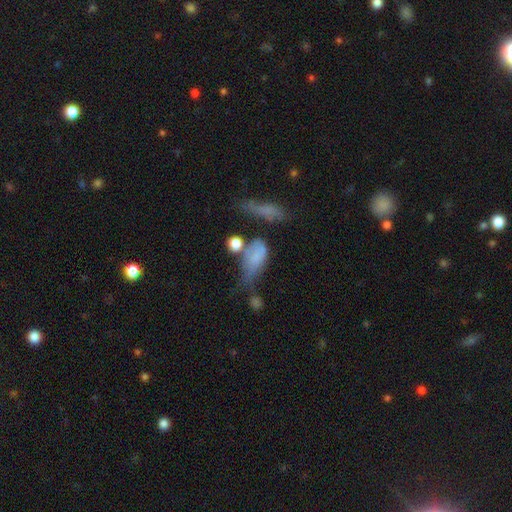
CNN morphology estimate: Q: Smooth or featured?
A: smooth (64%); runner-up: featured or disk (23%)
Q: How rounded?
A: in between (78%); runner-up: cigar-shaped (12%)
Q: Merging?
A: major disturbance (28%); runner-up: minor disturbance (25%)